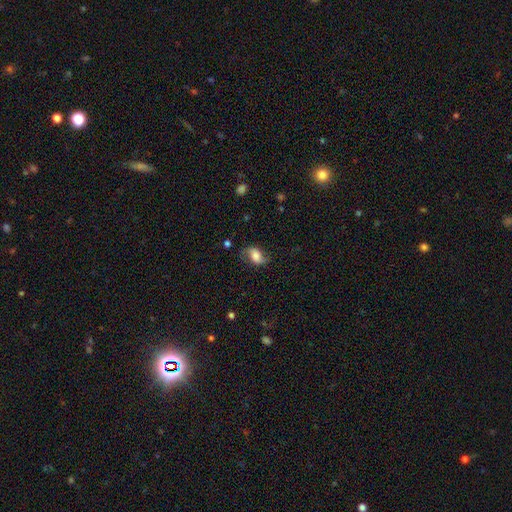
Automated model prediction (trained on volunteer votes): This appears to be a smooth galaxy with no disk features (50%). Merging: none (66%).